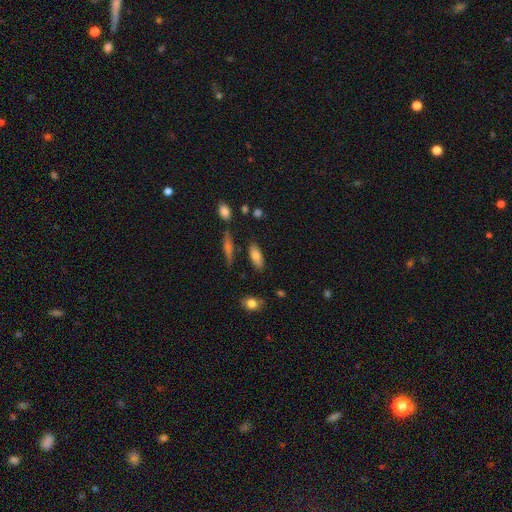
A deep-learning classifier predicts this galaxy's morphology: A smooth galaxy with no disk features (75%) that is in between round and cigar-shaped (78%). Merging: none (79%).